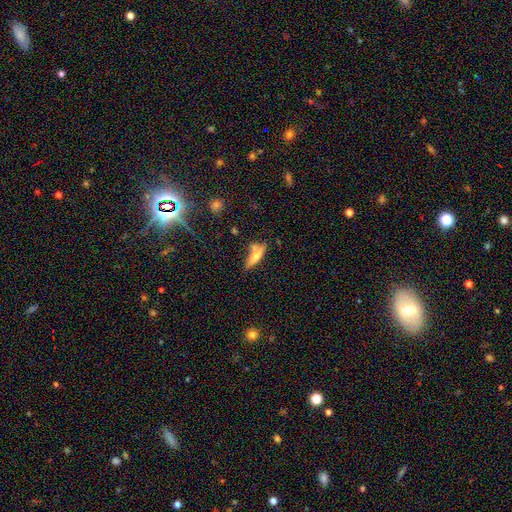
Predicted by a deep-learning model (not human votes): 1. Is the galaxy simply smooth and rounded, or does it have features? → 60% smooth, 32% featured or disk, 8% star or artifact.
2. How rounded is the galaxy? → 64% cigar-shaped, 34% in between, 2% round.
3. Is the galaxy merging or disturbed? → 57% none, 19% minor disturbance, 17% merger, 6% major disturbance.